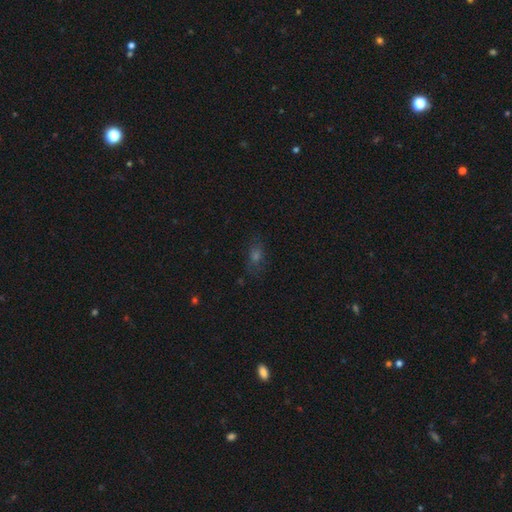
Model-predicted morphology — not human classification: This is possibly a smooth galaxy (49%). Merging: likely none (79%).